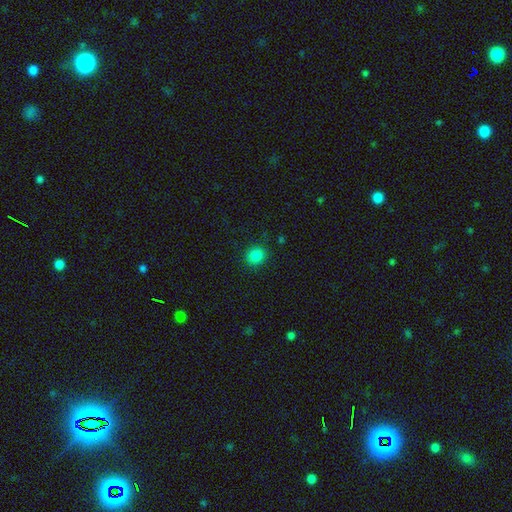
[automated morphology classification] Smooth or featured: smooth — 84% (star or artifact — 12%)
How rounded: round — 83% (in between — 16%)
Merging: none — 89% (minor disturbance — 7%)